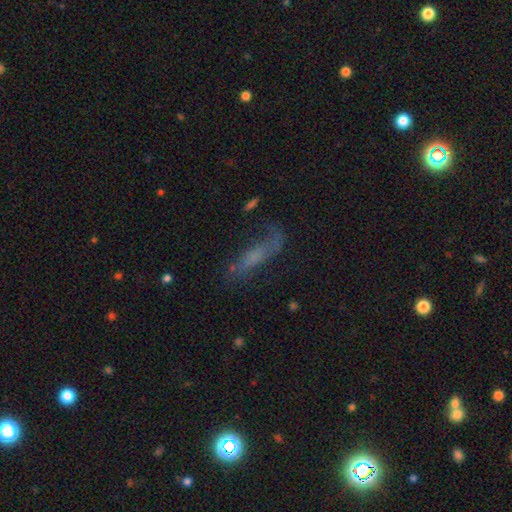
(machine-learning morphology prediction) This appears to be a featured or disk galaxy (48%). Merging: none (54%).